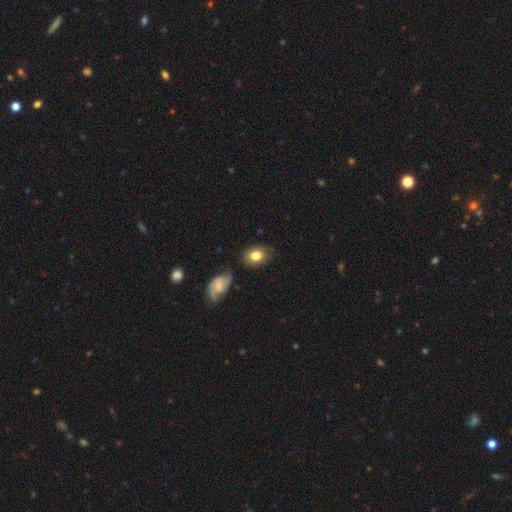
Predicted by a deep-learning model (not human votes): Morphology: type=smooth (78%); roundness=in between (73%); merging=none (72%).